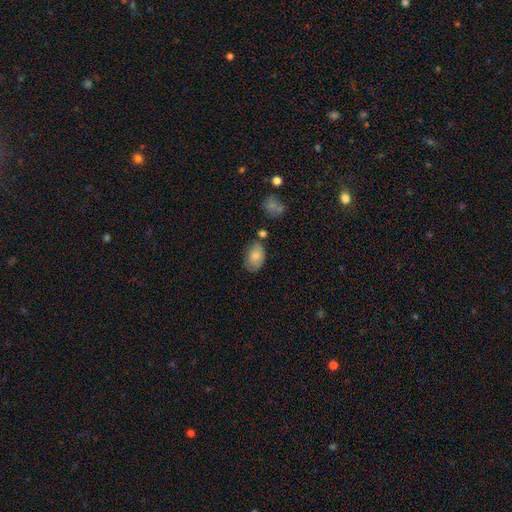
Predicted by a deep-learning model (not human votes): This is likely a smooth galaxy (79%). How rounded: clearly in between (88%). Merging: likely none (60%).